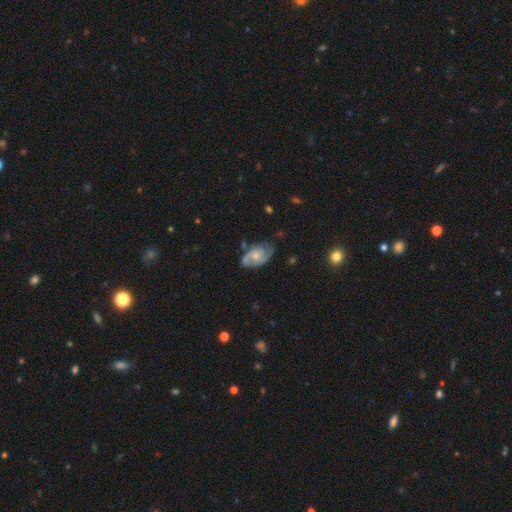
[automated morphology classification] type=featured or disk (68%); edge-on=no (95%); bar=no (72%); spiral arms=yes (85%); winding=medium (45%); arm count=2 (63%); bulge=moderate (48%); merging=none (60%).